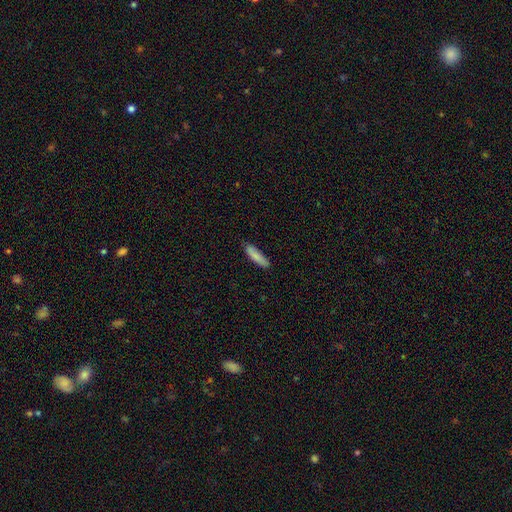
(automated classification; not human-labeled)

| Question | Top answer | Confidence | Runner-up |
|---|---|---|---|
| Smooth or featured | smooth | 84% | featured or disk (10%) |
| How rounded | cigar-shaped | 72% | in between (27%) |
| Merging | none | 82% | minor disturbance (15%) |